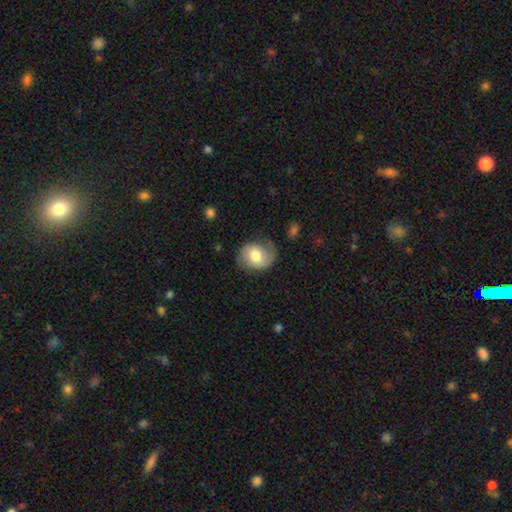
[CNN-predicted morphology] This appears to be a smooth galaxy with no disk features (57%) that is in between round and cigar-shaped (52%). Merging: none (66%).